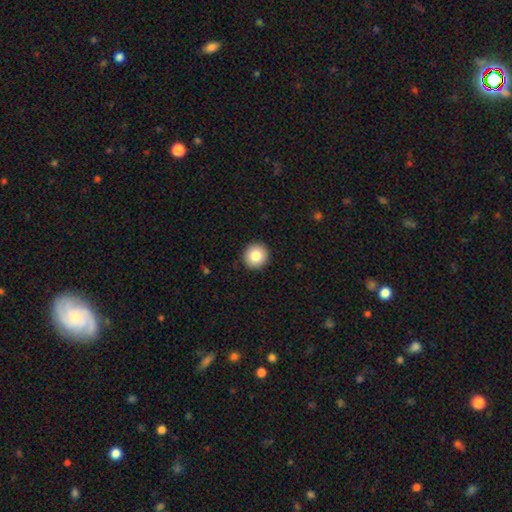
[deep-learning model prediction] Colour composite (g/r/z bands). It shows a smooth galaxy with no disk features (83%) that is round (93%). Merging: none (92%).